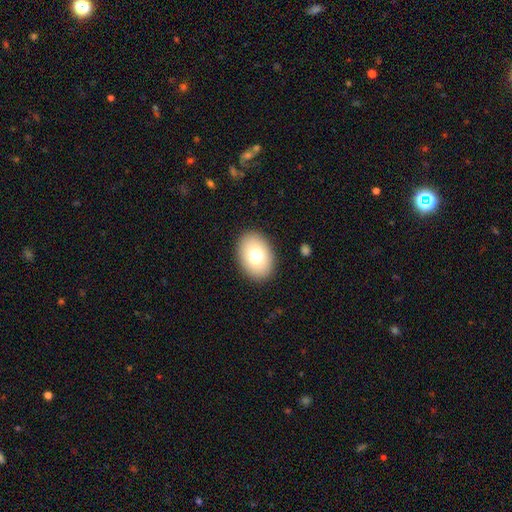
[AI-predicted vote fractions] Q: Smooth or featured?
A: smooth (75%); runner-up: featured or disk (16%)
Q: How rounded?
A: in between (79%); runner-up: round (20%)
Q: Merging?
A: none (90%); runner-up: minor disturbance (7%)